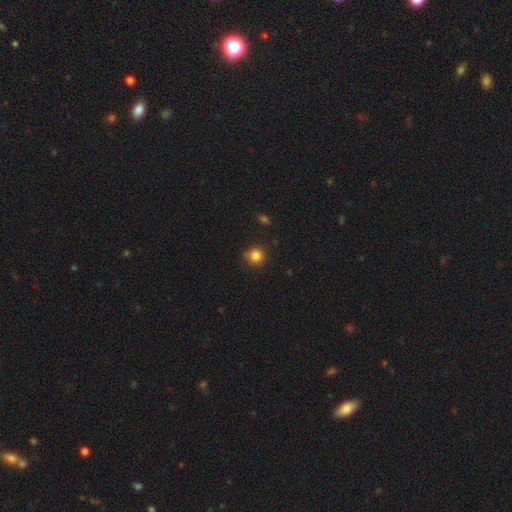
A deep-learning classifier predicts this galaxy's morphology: This is clearly a smooth galaxy (84%). How rounded: clearly round (91%). Merging: clearly none (81%).